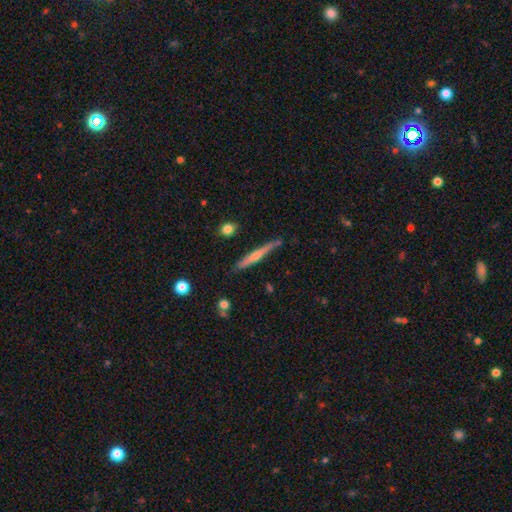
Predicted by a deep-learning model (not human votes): Overall: featured or disk (59%; smooth 34%). Edge-on disk: yes (96%). Edge-on bulge: rounded (73%). Merging: none (82%).